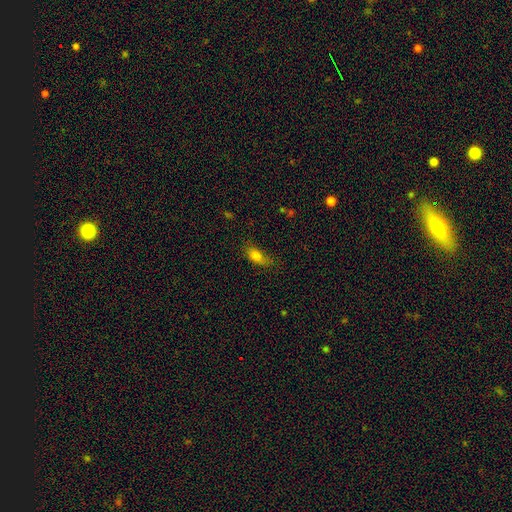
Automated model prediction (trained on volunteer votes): Overall: smooth (79%). How rounded: in between (81%). Merging: none (52%; minor disturbance 32%).